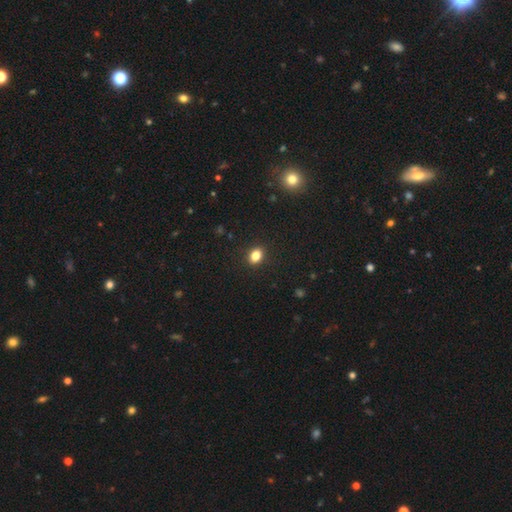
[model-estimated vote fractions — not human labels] smooth-or-featured: smooth: 83% | star or artifact: 11% | featured or disk: 6%
  how-rounded: in between: 61% | round: 38% | cigar-shaped: 1%
  merging: none: 90% | minor disturbance: 7% | major disturbance: 2% | merger: 1%